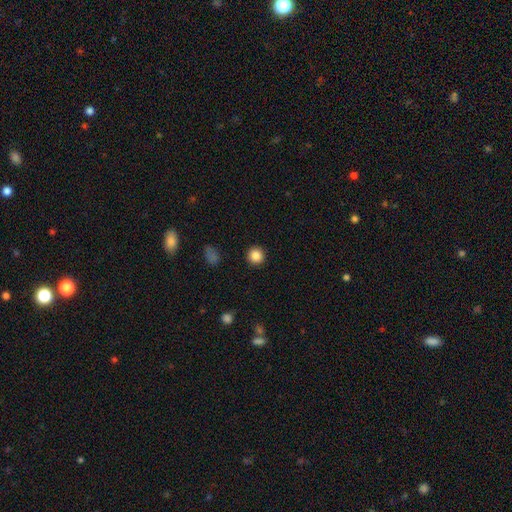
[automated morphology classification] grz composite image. It shows a smooth galaxy with no disk features (86%) that is round (95%). Merging: none (92%).